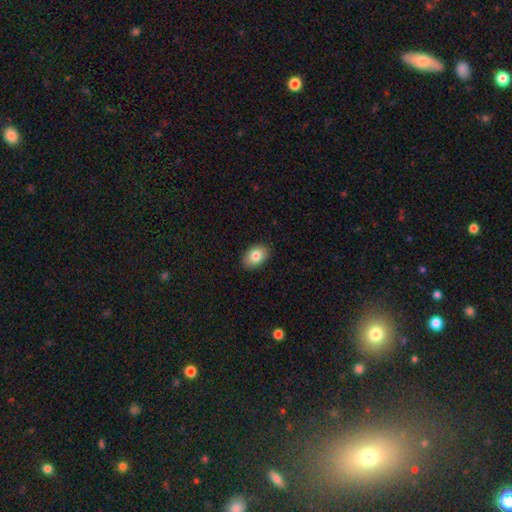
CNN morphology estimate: A smooth galaxy with no disk features (82%) that is in between round and cigar-shaped (87%).

Vote fractions:
- Smooth or featured? smooth: 82% / featured or disk: 11% / star or artifact: 7%
- How rounded? in between: 87% / round: 11% / cigar-shaped: 1%
- Merging? none: 88% / minor disturbance: 9% / major disturbance: 2% / merger: 1%